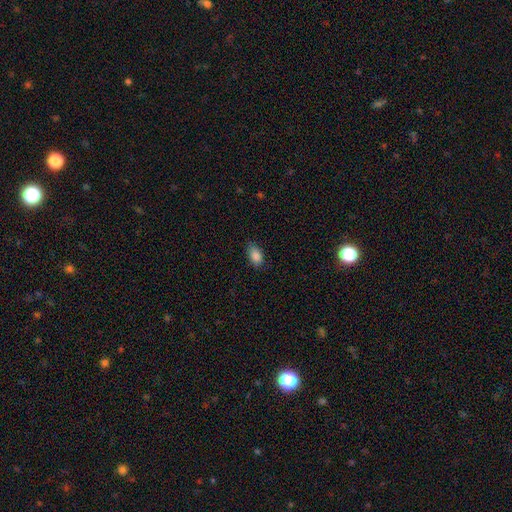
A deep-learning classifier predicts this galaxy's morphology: The model was most divided on "merging": none: 78%, minor disturbance: 18%, major disturbance: 3%, merger: 1%. More confident: how rounded — in between (89%); smooth or featured — smooth (87%).